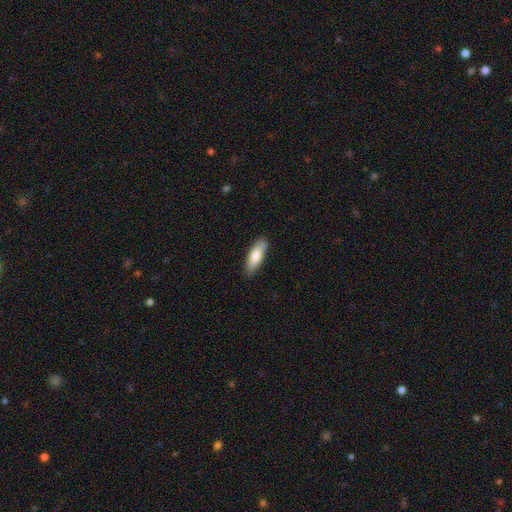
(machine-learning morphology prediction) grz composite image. It shows a smooth galaxy with no disk features (80%) that is in between round and cigar-shaped (61%). Merging: none (82%).